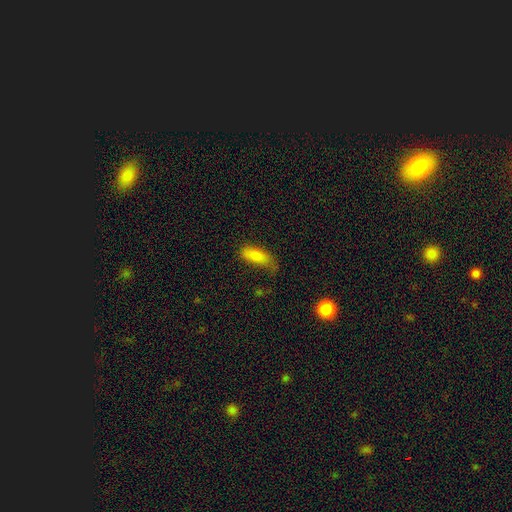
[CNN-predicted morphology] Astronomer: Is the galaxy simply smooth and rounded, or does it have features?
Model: smooth — 79%.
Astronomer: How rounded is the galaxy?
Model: in between — 76%.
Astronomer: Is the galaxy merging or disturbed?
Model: none — 46% (runner-up: minor disturbance, 32%).